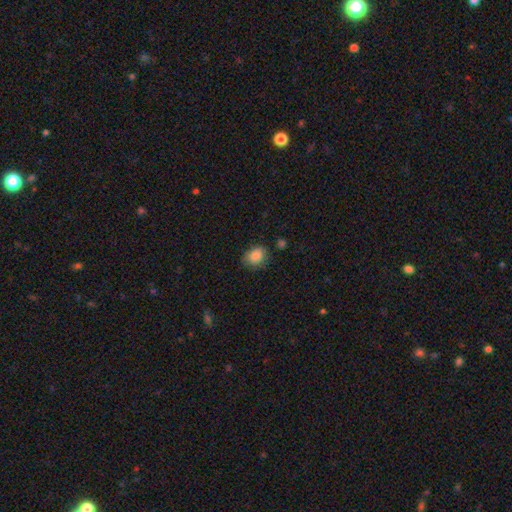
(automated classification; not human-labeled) Smooth or featured? Predicted: smooth (p=0.86). How rounded? Predicted: in between (p=0.59). Merging? Predicted: none (p=0.75).